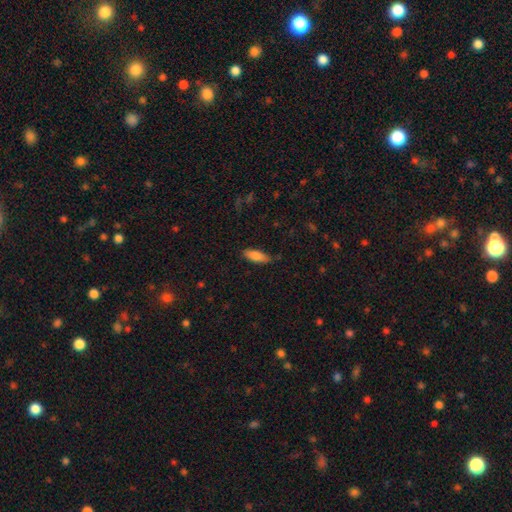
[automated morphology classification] Smooth or featured? smooth (83%)
How rounded? in between (64%)
Merging? none (81%)